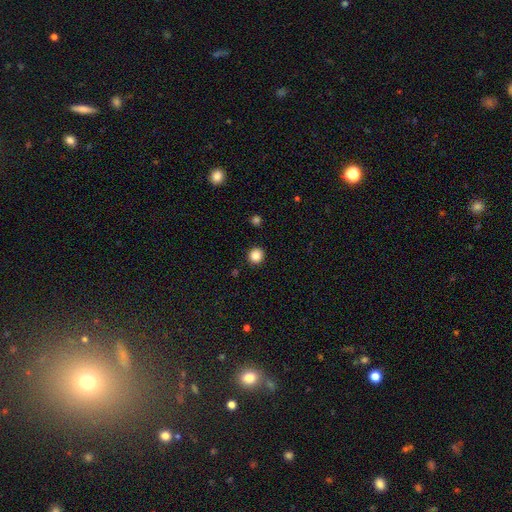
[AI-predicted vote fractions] A smooth galaxy with no disk features (86%) that is round (92%). Merging: none (92%).